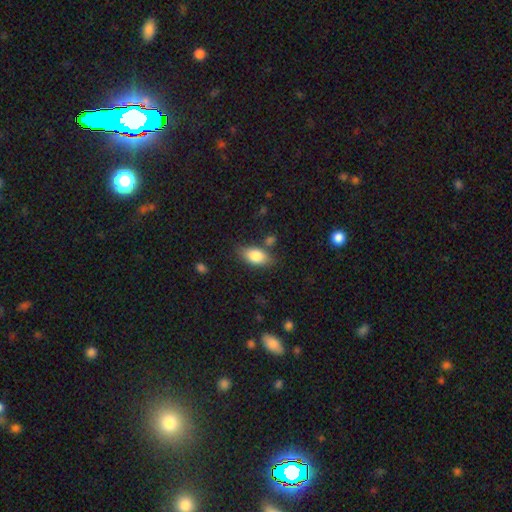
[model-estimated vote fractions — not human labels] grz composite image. It shows a smooth galaxy with no disk features (82%) that is in between round and cigar-shaped (89%). Merging: none (74%).